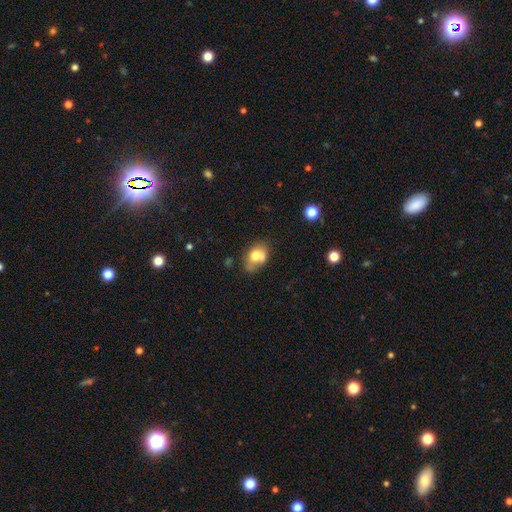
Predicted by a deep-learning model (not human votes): The model was most divided on "merging": none: 40%, minor disturbance: 26%, merger: 24%, major disturbance: 11%. More confident: smooth or featured — smooth (68%); how rounded — in between (68%).